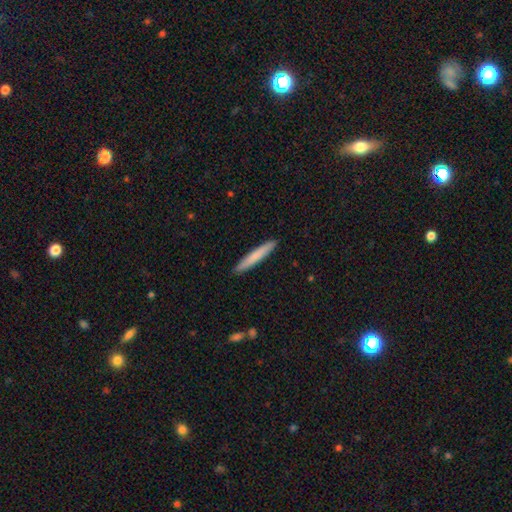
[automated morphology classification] A smooth galaxy with no disk features (75%) that is cigar-shaped (96%).

Vote fractions:
- Smooth or featured? smooth: 75% / featured or disk: 19% / star or artifact: 5%
- How rounded? cigar-shaped: 96% / in between: 3% / round: 1%
- Merging? none: 92% / minor disturbance: 6% / major disturbance: 1% / merger: 1%